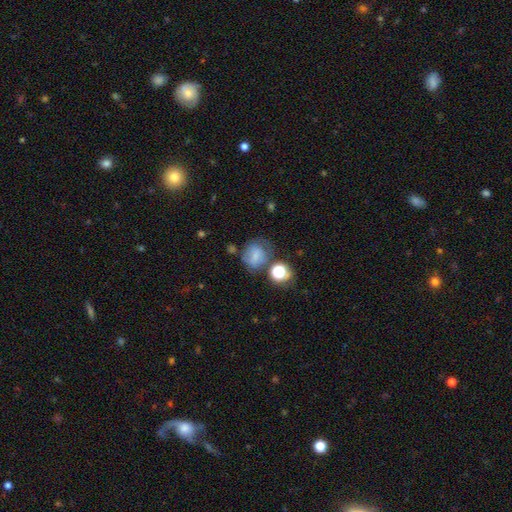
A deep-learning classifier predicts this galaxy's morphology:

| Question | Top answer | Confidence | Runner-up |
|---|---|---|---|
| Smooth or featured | smooth | 64% | featured or disk (20%) |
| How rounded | round | 69% | in between (30%) |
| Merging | none | 53% | minor disturbance (22%) |